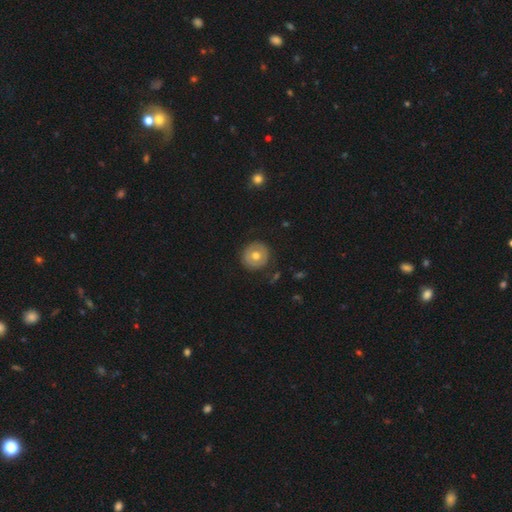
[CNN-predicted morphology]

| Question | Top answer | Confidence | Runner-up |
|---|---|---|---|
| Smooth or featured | smooth | 57% | featured or disk (37%) |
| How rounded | round | 92% | in between (7%) |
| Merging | none | 87% | minor disturbance (9%) |